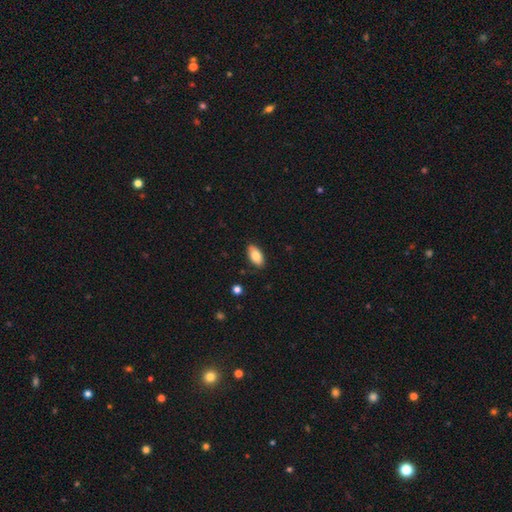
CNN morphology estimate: This appears to be a smooth galaxy with no disk features (82%) that is in between round and cigar-shaped (93%). Merging: none (87%).